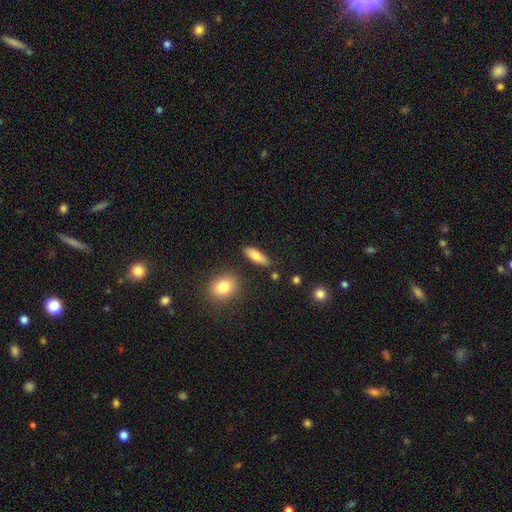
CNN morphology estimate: smooth 79%, featured or disk 13%, star or artifact 8%. Down the decision tree: how rounded — in between (61%); merging — none (80%).